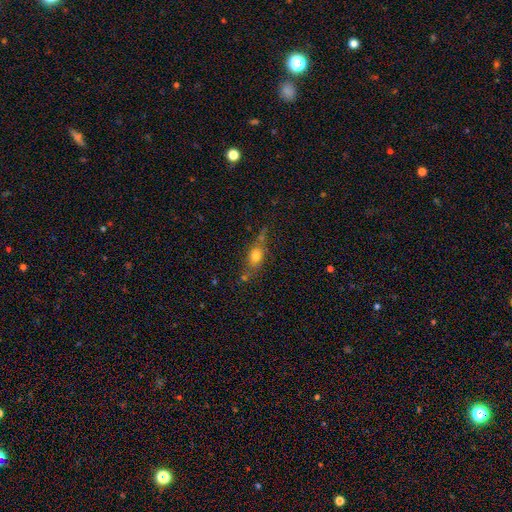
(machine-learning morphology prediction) Overall: smooth (67%). How rounded: in between (64%). Merging: none (56%; minor disturbance 21%).